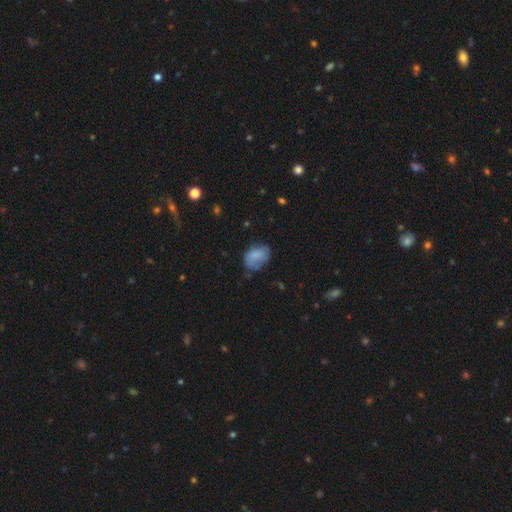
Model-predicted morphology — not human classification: This appears to be a smooth galaxy with no disk features (79%) that is in between round and cigar-shaped (83%). Merging: none (57%).